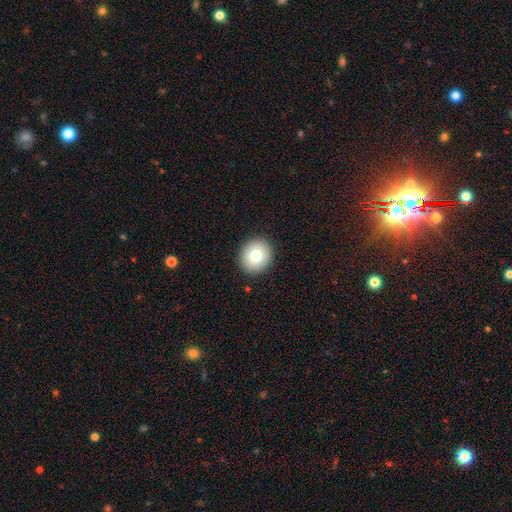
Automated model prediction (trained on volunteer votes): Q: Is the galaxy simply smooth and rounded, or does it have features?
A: smooth — 79%.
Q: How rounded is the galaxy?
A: round — 75%.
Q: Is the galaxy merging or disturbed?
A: none — 91%.